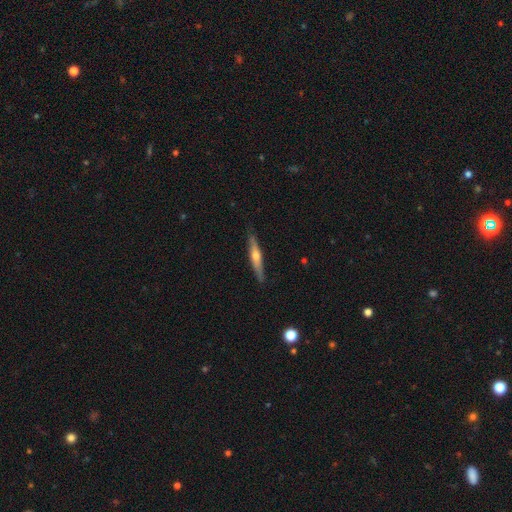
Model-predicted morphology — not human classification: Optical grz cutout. It shows a featured or disk galaxy (60%) viewed edge-on (95%) with a rounded central bulge (87%). Merging: none (88%).